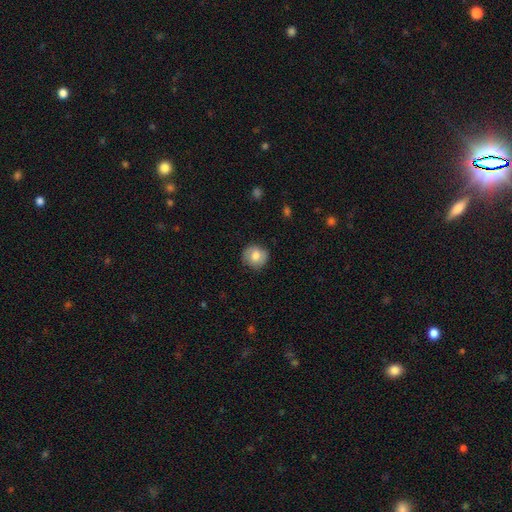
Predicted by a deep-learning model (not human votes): Smooth or featured: smooth — 76% (featured or disk — 17%)
How rounded: round — 87% (in between — 12%)
Merging: none — 83% (minor disturbance — 13%)